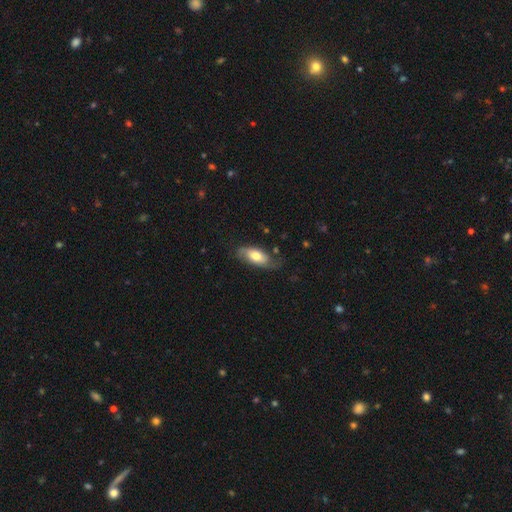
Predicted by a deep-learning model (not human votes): This appears to be a smooth galaxy with no disk features (54%) that is in between round and cigar-shaped (85%). Merging: none (62%).